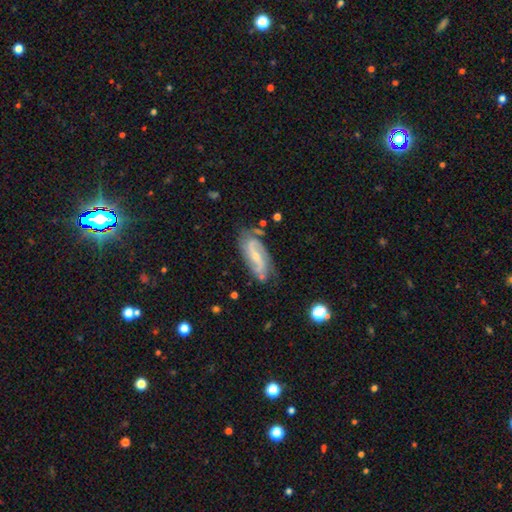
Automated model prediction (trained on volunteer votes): smooth-or-featured: featured or disk: 82% | smooth: 12% | star or artifact: 6%
  disk-edge-on: no: 93% | yes: 7%
    bar: weak: 44% | strong: 30% | no: 26%
    has-spiral-arms: yes: 95% | no: 5%
      spiral-winding: medium: 44% | loose: 35% | tight: 21%
      spiral-arm-count: 2: 88% | can't tell: 6% | 3: 3% | 1: 2% | 4: 1% | more than 4: 1%
    bulge-size: small: 66% | moderate: 27% | none: 5% | large: 1% | dominant: 1%
  merging: none: 73% | minor disturbance: 19% | major disturbance: 5% | merger: 3%